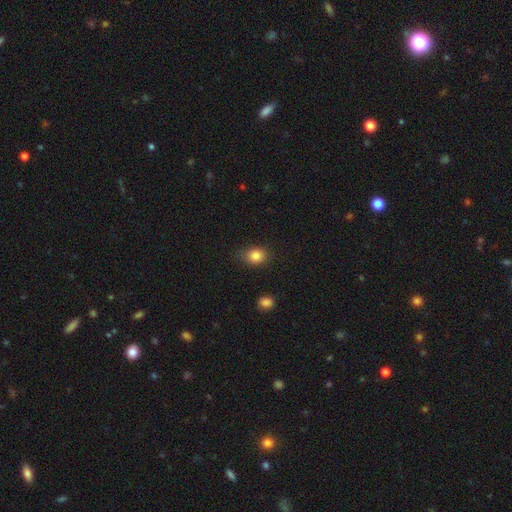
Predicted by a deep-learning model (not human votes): Smooth or featured?
  - smooth: 85% *
  - star or artifact: 10%
  - featured or disk: 5%
How rounded?
  - round: 51% *
  - in between: 48%
  - cigar-shaped: 1%
Merging?
  - none: 80% *
  - minor disturbance: 15%
  - major disturbance: 3%
  - merger: 2%